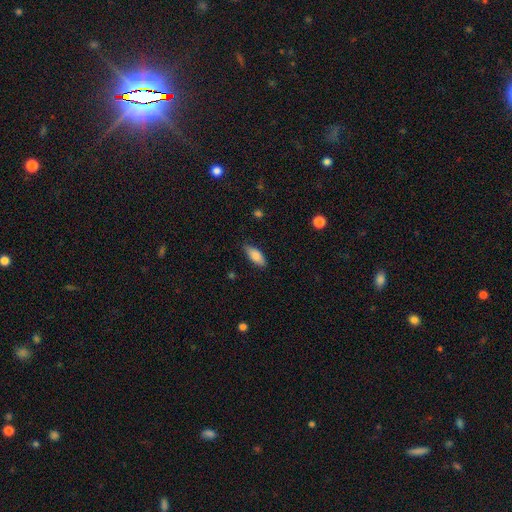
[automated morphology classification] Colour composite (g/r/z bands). It shows a smooth galaxy with no disk features (83%) that is in between round and cigar-shaped (78%). Merging: none (81%).